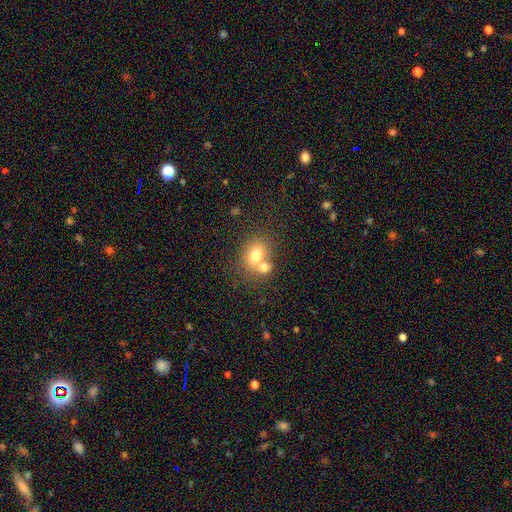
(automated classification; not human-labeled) smooth-or-featured: smooth: 72% | featured or disk: 17% | star or artifact: 11%
  how-rounded: in between: 51% | round: 48% | cigar-shaped: 1%
  merging: merger: 51% | none: 37% | minor disturbance: 9% | major disturbance: 3%